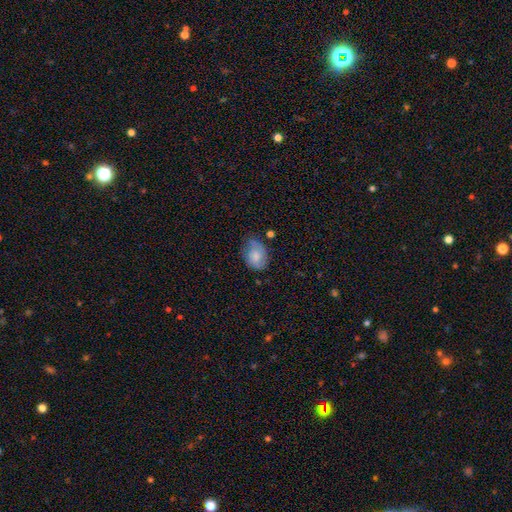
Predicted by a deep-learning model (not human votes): A smooth galaxy with no disk features (67%) that is in between round and cigar-shaped (68%). Merging: none (56%).